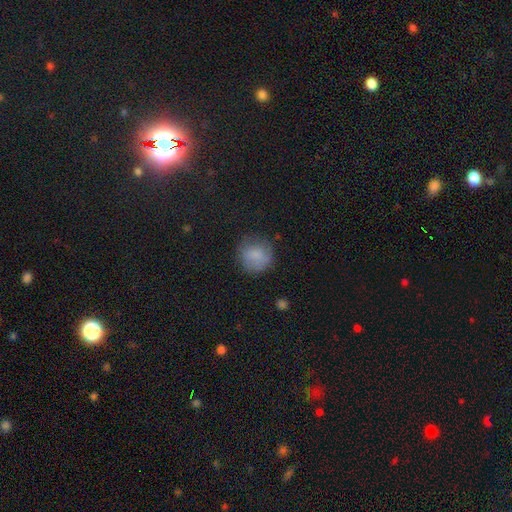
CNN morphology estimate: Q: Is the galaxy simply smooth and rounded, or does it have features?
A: smooth — 78%.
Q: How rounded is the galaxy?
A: round — 90%.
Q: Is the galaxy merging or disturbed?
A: none — 71%.